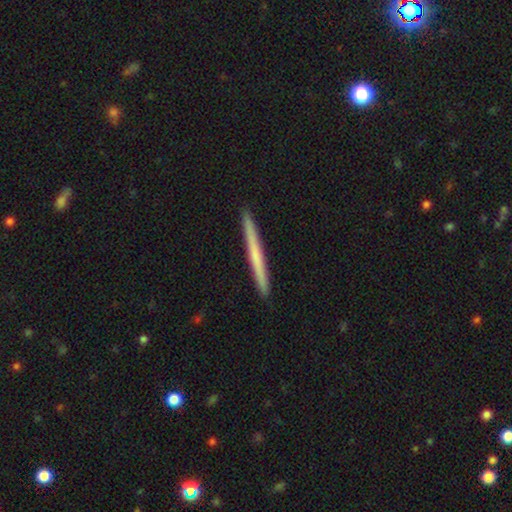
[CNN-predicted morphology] A smooth galaxy with no disk features (56%) that is cigar-shaped (97%). Merging: none (93%).